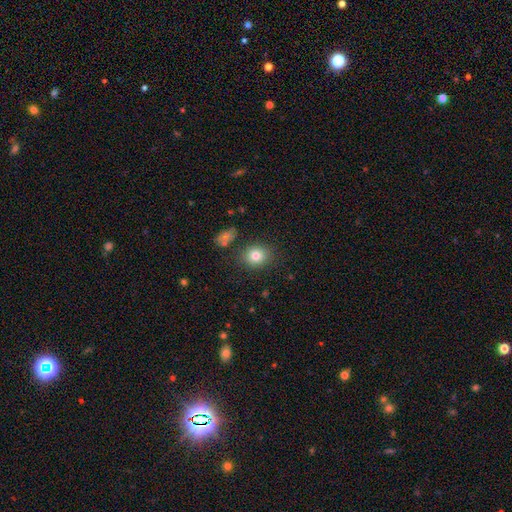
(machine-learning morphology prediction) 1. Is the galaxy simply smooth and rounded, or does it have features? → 80% smooth, 11% star or artifact, 9% featured or disk.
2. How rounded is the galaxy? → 66% round, 33% in between, 1% cigar-shaped.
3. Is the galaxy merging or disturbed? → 84% none, 9% minor disturbance, 3% merger, 3% major disturbance.